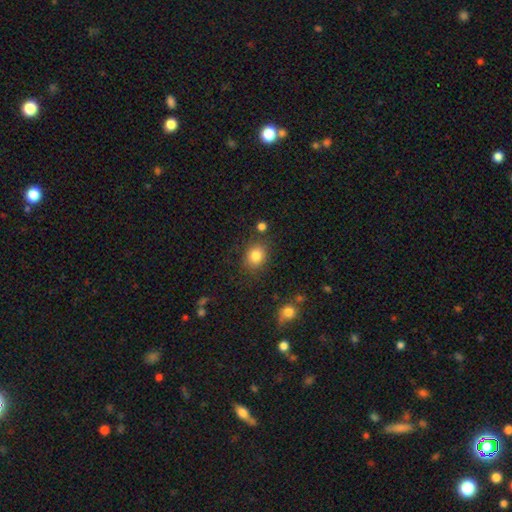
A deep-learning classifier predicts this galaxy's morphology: The model was most divided on "how rounded": round: 67%, in between: 32%, cigar-shaped: 1%. More confident: smooth or featured — smooth (82%); merging — none (81%).